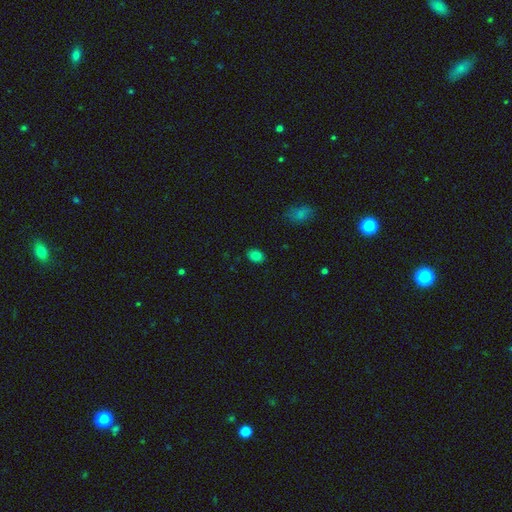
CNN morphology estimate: Overall: smooth (83%). How rounded: in between (72%). Merging: none (87%).